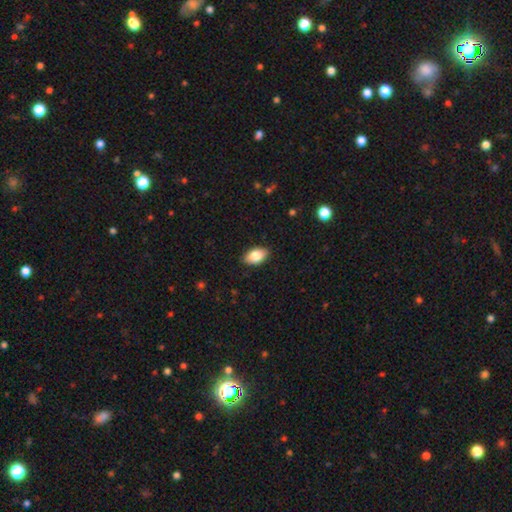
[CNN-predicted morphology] A smooth galaxy with no disk features (84%) that is in between round and cigar-shaped (93%).

Vote fractions:
- Smooth or featured? smooth: 84% / featured or disk: 9% / star or artifact: 7%
- How rounded? in between: 93% / round: 5% / cigar-shaped: 2%
- Merging? none: 88% / minor disturbance: 9% / major disturbance: 2% / merger: 1%